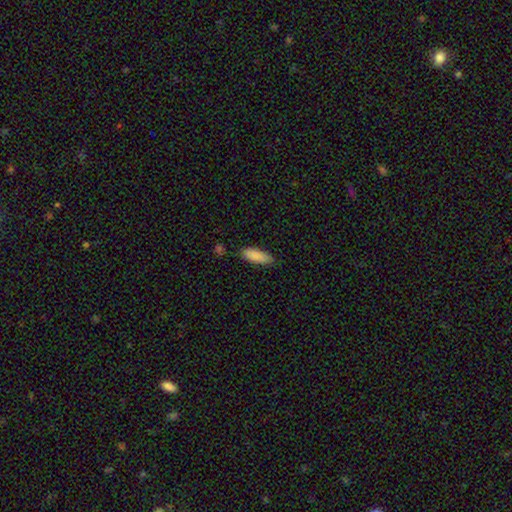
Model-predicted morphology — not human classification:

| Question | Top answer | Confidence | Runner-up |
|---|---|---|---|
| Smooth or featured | smooth | 88% | star or artifact (6%) |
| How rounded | in between | 59% | cigar-shaped (39%) |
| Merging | none | 79% | minor disturbance (16%) |